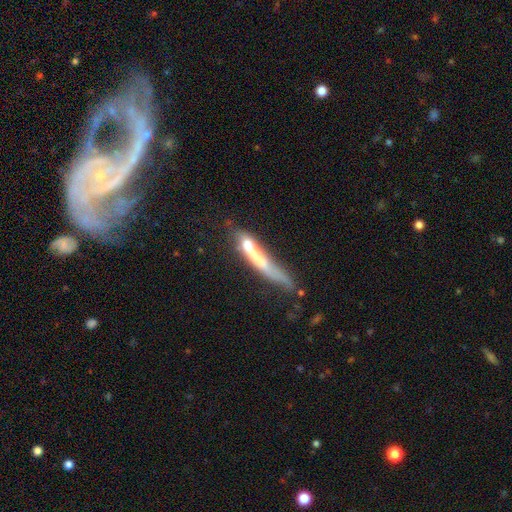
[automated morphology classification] smooth-or-featured: featured or disk: 56% | smooth: 34% | star or artifact: 10%
  disk-edge-on: yes: 56% | no: 44%
  merging: none: 38% | minor disturbance: 24% | major disturbance: 20% | merger: 18%